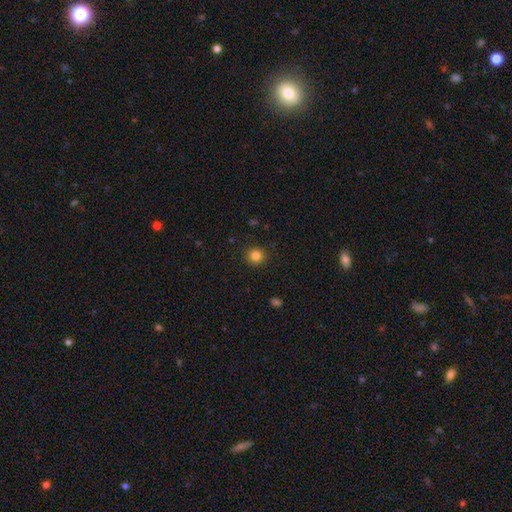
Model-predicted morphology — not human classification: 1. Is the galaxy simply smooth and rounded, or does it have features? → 84% smooth, 12% star or artifact, 5% featured or disk.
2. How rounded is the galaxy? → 92% round, 7% in between, 1% cigar-shaped.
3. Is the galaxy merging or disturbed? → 90% none, 6% minor disturbance, 2% major disturbance, 1% merger.